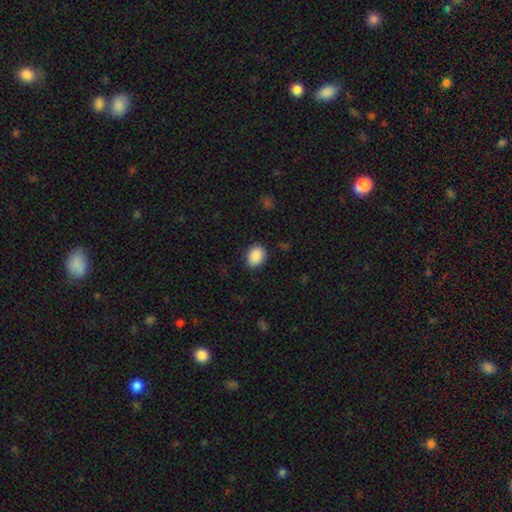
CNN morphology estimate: Smooth or featured? smooth (90%)
How rounded? in between (57%)
Merging? none (85%)